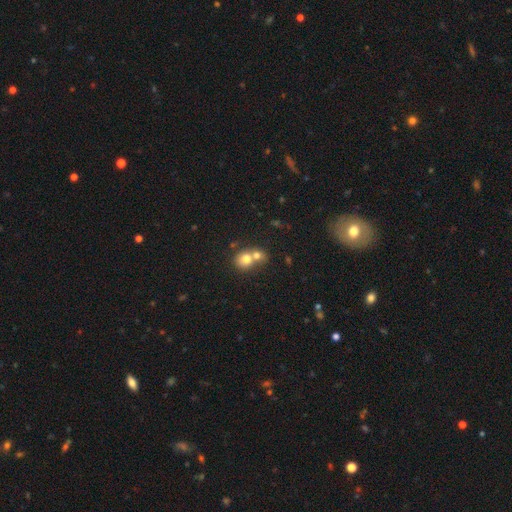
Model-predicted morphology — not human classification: This is likely a smooth galaxy (68%). How rounded: likely round (75%). Merging: possibly merger (55%).